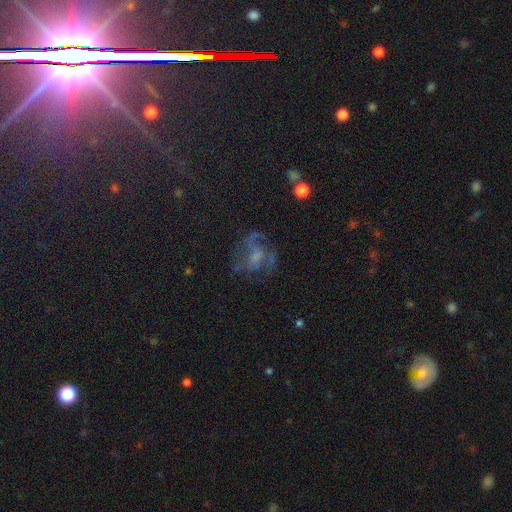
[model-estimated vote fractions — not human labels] Smooth or featured: featured or disk — 59% (smooth — 23%)
Edge-on disk: no — 97% (yes — 3%)
Bar: no — 59% (weak — 33%)
Spiral arms: yes — 63% (no — 37%)
Bulge size: small — 32% (moderate — 31%)
Merging: none — 49% (major disturbance — 29%)